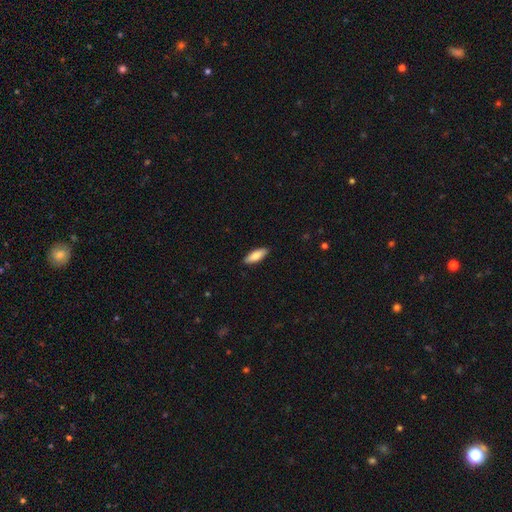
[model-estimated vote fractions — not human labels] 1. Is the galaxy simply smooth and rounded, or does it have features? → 80% smooth, 14% featured or disk, 6% star or artifact.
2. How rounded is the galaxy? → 66% in between, 32% cigar-shaped, 2% round.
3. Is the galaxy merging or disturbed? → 89% none, 8% minor disturbance, 2% major disturbance, 1% merger.